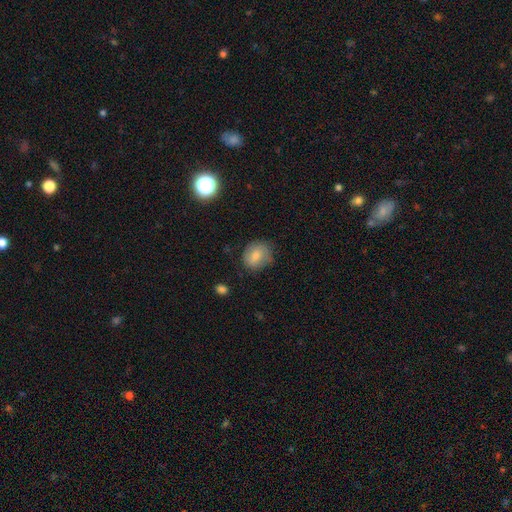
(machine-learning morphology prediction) smooth 76%, featured or disk 15%, star or artifact 9%. Down the decision tree: how rounded — round (66%); merging — none (70%).